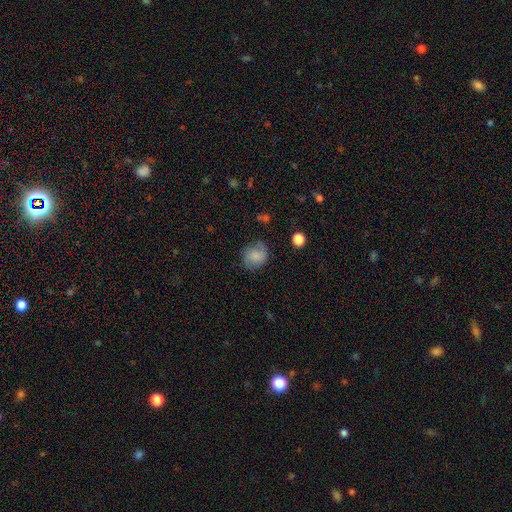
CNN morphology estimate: Overall: smooth (68%). How rounded: round (68%; in between 31%). Merging: none (66%).